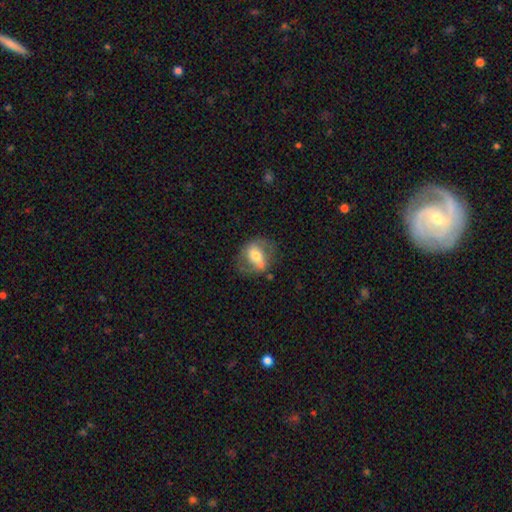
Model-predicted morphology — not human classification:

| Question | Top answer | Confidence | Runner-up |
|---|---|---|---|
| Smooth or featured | featured or disk | 55% | smooth (38%) |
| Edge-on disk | no | 92% | yes (8%) |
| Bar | strong | 36% | no (32%) |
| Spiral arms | yes | 59% | no (41%) |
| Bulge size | moderate | 64% | small (19%) |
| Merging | none | 59% | minor disturbance (22%) |